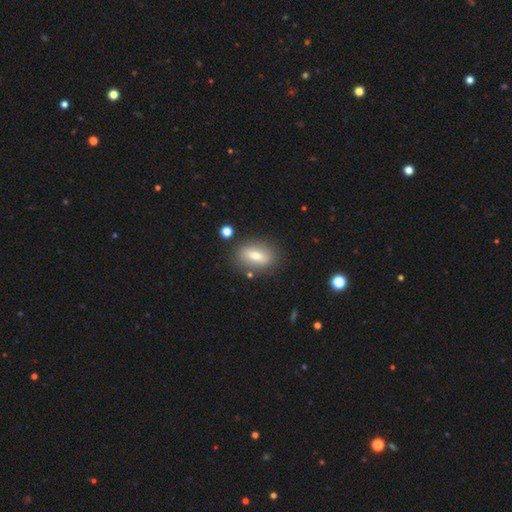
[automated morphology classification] smooth-or-featured: smooth: 63% | featured or disk: 28% | star or artifact: 9%
  how-rounded: in between: 78% | round: 12% | cigar-shaped: 10%
  merging: none: 84% | minor disturbance: 10% | major disturbance: 3% | merger: 3%